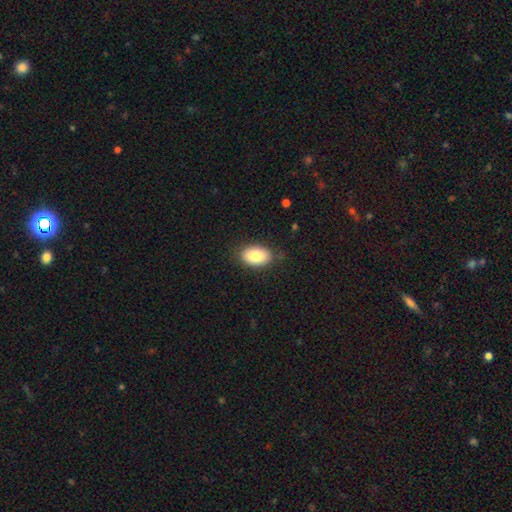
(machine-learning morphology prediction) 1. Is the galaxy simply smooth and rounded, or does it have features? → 84% smooth, 9% featured or disk, 7% star or artifact.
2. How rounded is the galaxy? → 89% in between, 10% round, 1% cigar-shaped.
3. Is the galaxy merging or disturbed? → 83% none, 13% minor disturbance, 3% major disturbance, 1% merger.